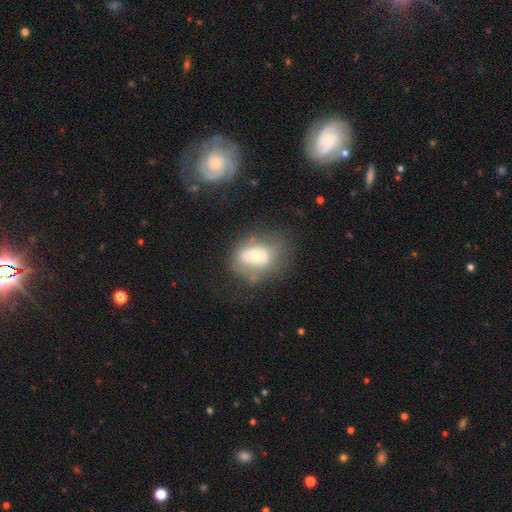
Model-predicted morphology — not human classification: Overall: smooth (50%; featured or disk 40%). Merging: none (48%; minor disturbance 25%).